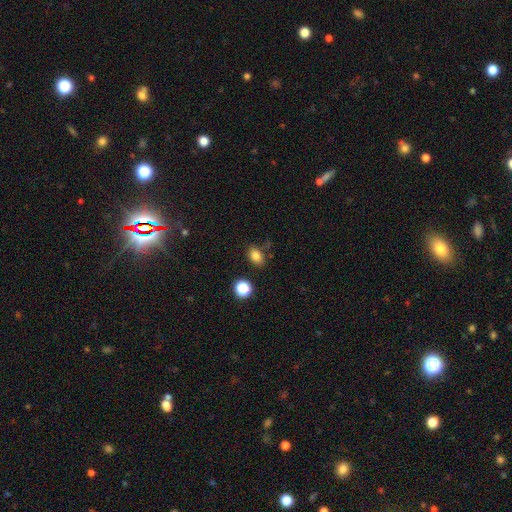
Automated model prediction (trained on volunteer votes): A smooth galaxy with no disk features (82%) that is in between round and cigar-shaped (76%). Merging: none (74%).